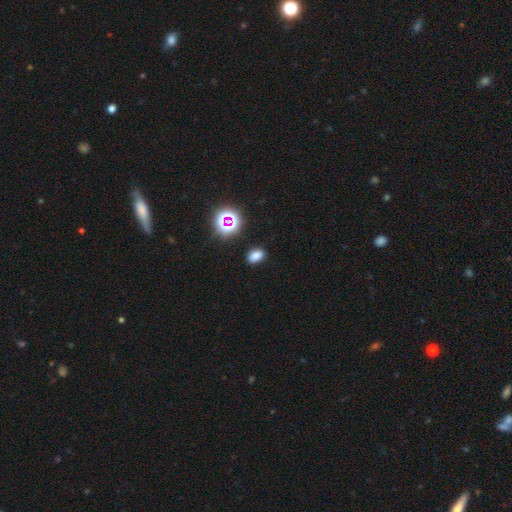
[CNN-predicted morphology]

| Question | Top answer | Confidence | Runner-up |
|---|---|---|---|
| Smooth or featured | smooth | 75% | star or artifact (20%) |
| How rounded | in between | 84% | round (14%) |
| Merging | none | 86% | minor disturbance (10%) |